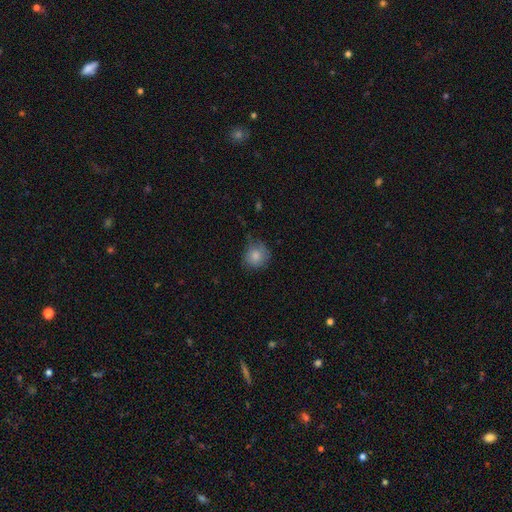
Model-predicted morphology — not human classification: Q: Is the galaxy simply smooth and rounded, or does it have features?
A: smooth — 83%.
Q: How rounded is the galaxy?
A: round — 87%.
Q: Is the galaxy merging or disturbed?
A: none — 65%.